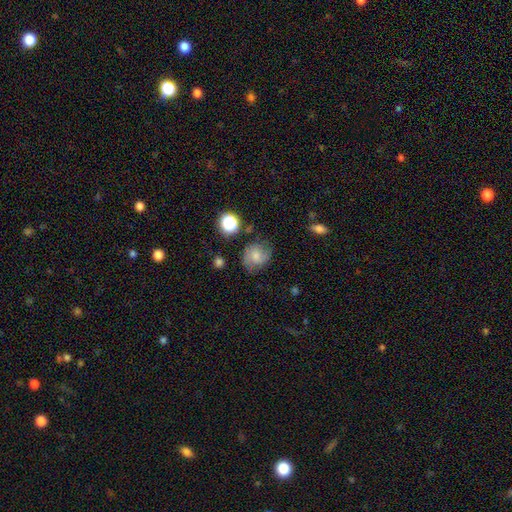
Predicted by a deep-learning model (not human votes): Morphology: type=smooth (66%); roundness=round (72%); merging=none (68%).